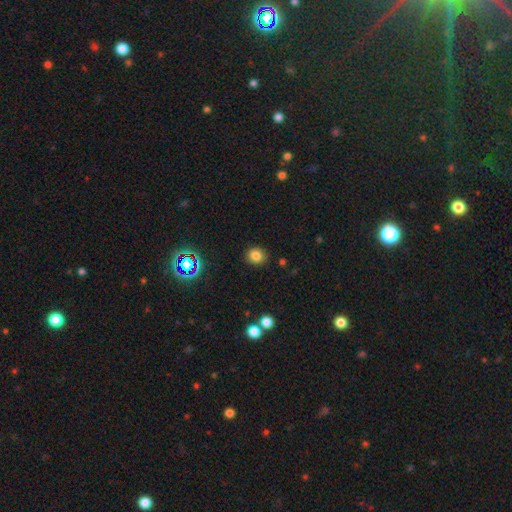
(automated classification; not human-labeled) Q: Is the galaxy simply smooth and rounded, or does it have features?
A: smooth — 79%.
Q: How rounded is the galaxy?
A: round — 71%.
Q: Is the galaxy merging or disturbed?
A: none — 88%.